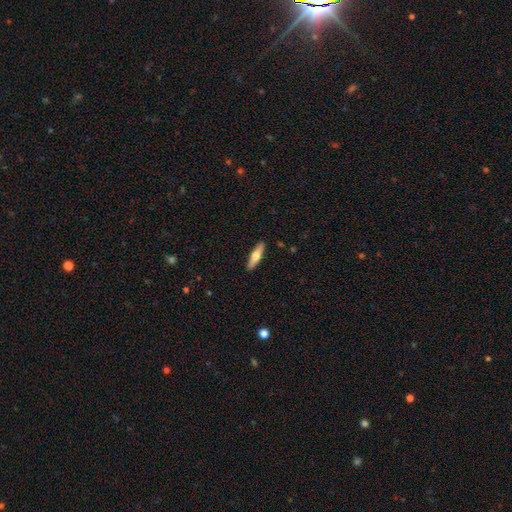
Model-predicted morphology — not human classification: A smooth galaxy with no disk features (56%) that is cigar-shaped (71%). Merging: none (90%).